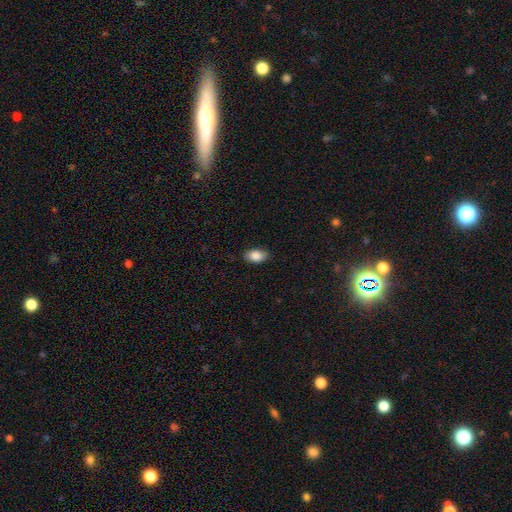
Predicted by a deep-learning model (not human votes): Smooth or featured: smooth — 86% (star or artifact — 7%)
How rounded: in between — 91% (round — 8%)
Merging: none — 86% (minor disturbance — 11%)